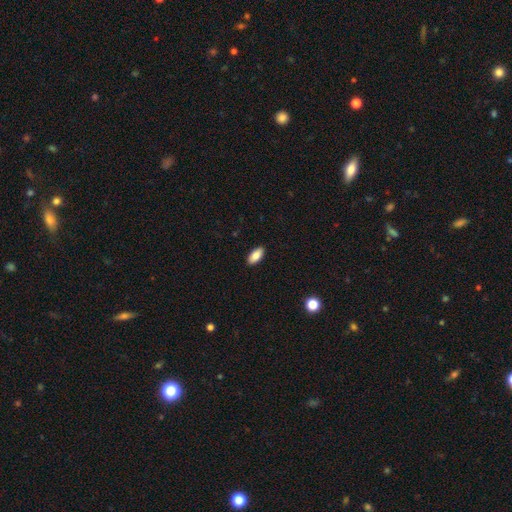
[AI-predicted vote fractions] smooth 85%, featured or disk 8%, star or artifact 7%. Down the decision tree: how rounded — in between (91%); merging — none (90%).